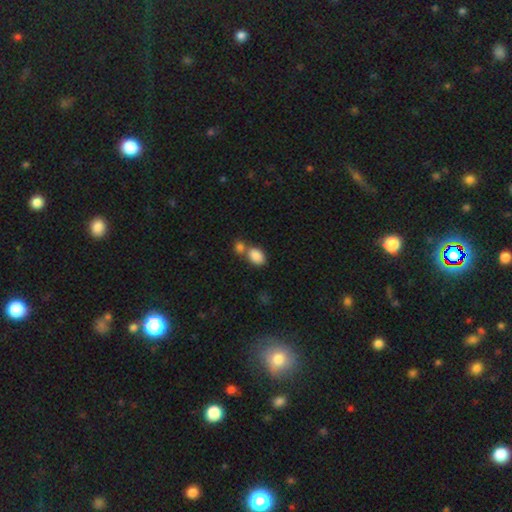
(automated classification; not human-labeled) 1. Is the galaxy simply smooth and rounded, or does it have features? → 86% smooth, 8% star or artifact, 6% featured or disk.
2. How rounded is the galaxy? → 82% in between, 17% round, 1% cigar-shaped.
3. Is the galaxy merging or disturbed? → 47% merger, 40% none, 9% minor disturbance, 3% major disturbance.